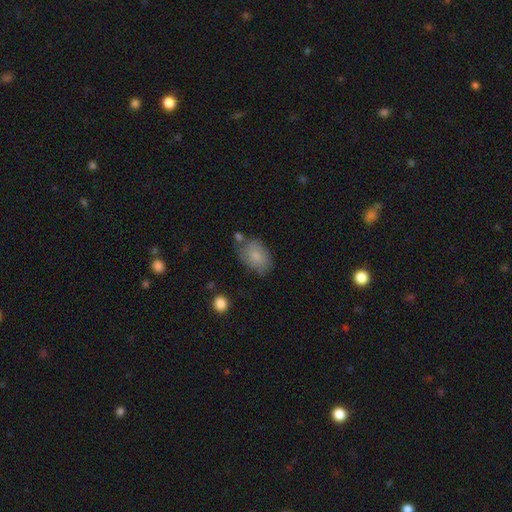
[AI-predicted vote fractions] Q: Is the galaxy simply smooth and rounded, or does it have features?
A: smooth — 78%.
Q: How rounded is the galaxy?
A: in between — 83%.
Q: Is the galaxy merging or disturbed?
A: none — 57%.